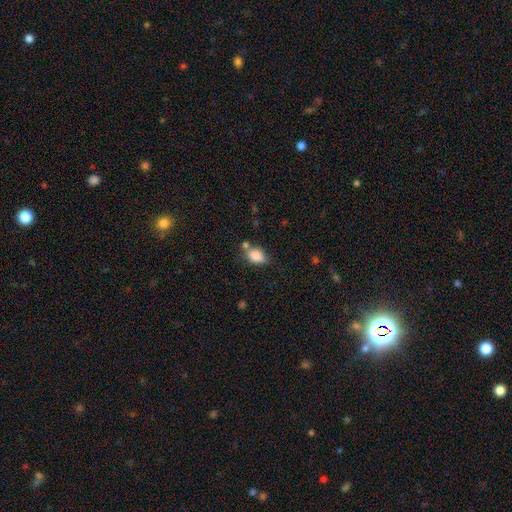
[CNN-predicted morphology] A smooth galaxy with no disk features (84%) that is in between round and cigar-shaped (82%).

Vote fractions:
- Smooth or featured? smooth: 84% / star or artifact: 9% / featured or disk: 7%
- How rounded? in between: 82% / round: 16% / cigar-shaped: 2%
- Merging? none: 58% / minor disturbance: 19% / merger: 17% / major disturbance: 5%